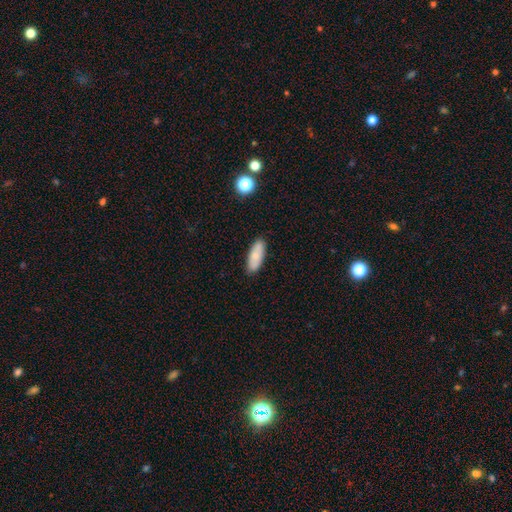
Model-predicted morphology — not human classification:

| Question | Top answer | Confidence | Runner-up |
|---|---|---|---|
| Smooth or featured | smooth | 79% | featured or disk (14%) |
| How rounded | in between | 71% | cigar-shaped (27%) |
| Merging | none | 87% | minor disturbance (10%) |